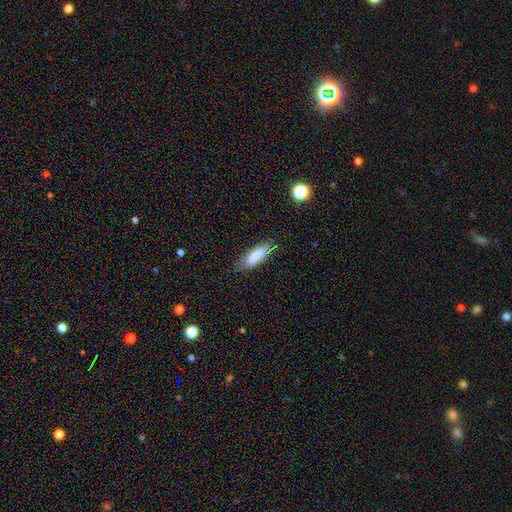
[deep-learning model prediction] A smooth galaxy with no disk features (80%) that is in between round and cigar-shaped (53%).

Vote fractions:
- Smooth or featured? smooth: 80% / featured or disk: 12% / star or artifact: 8%
- How rounded? in between: 53% / cigar-shaped: 45% / round: 2%
- Merging? none: 73% / minor disturbance: 21% / major disturbance: 5% / merger: 2%